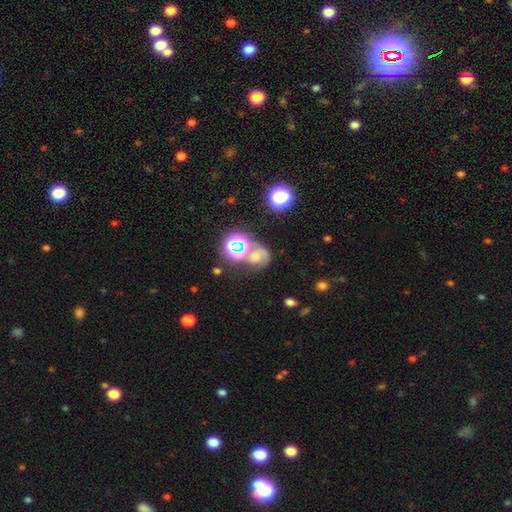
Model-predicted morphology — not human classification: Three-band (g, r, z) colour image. It shows a star or artifact, not a galaxy (40%).